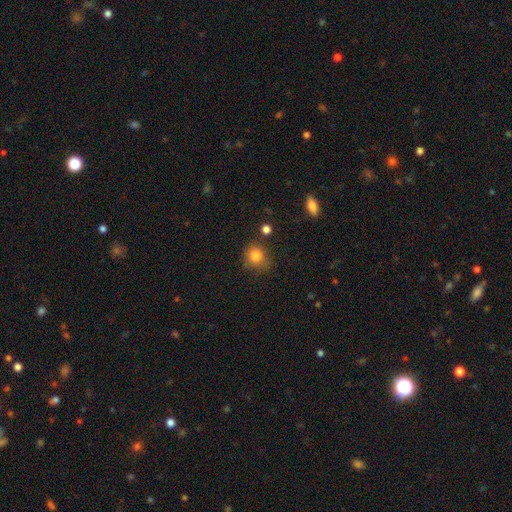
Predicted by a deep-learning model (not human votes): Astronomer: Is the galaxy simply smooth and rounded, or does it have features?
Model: smooth — 83%.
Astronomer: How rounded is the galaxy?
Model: round — 78%.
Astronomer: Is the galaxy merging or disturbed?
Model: none — 69%.